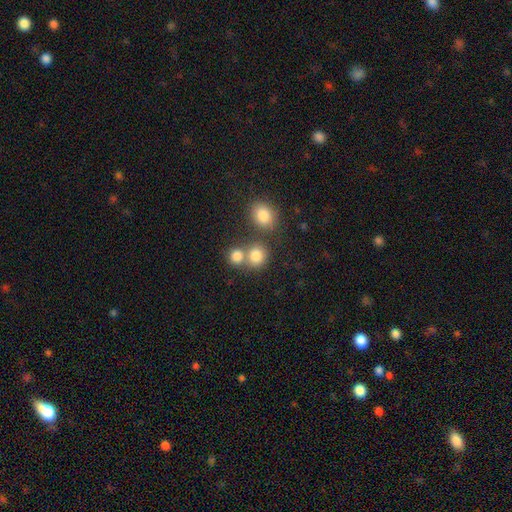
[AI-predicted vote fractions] Overall: smooth (81%). How rounded: round (80%). Merging: none (53%; merger 36%).